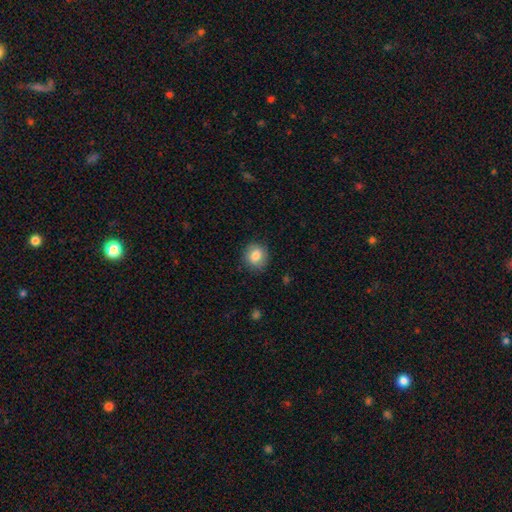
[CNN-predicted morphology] smooth 82%, featured or disk 9%, star or artifact 8%. Down the decision tree: how rounded — round (81%); merging — none (86%).